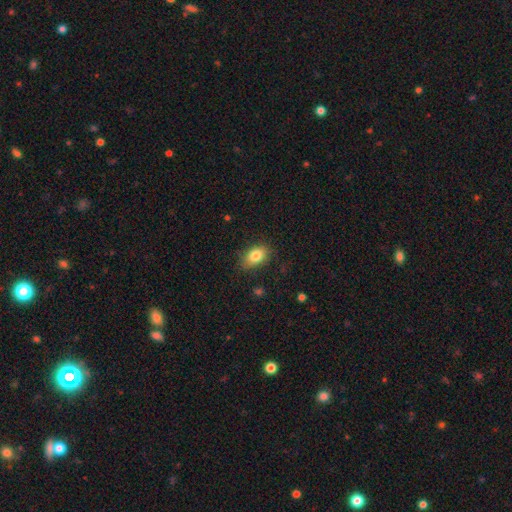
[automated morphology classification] Smooth or featured? Predicted: smooth (p=0.82). How rounded? Predicted: in between (p=0.86). Merging? Predicted: none (p=0.79).